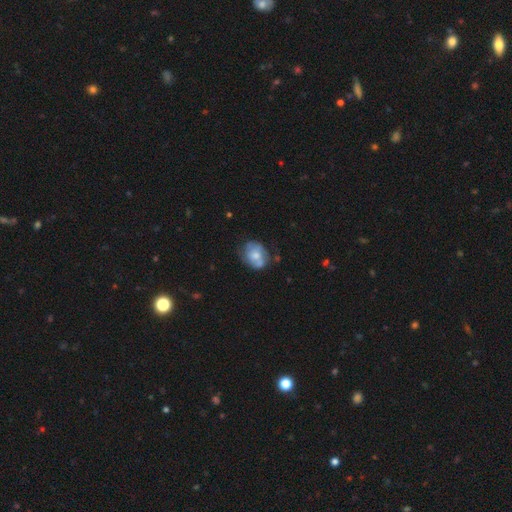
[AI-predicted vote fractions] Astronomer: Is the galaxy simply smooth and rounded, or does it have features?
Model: featured or disk — 48% (runner-up: smooth, 44%).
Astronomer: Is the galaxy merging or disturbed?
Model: none — 55%.